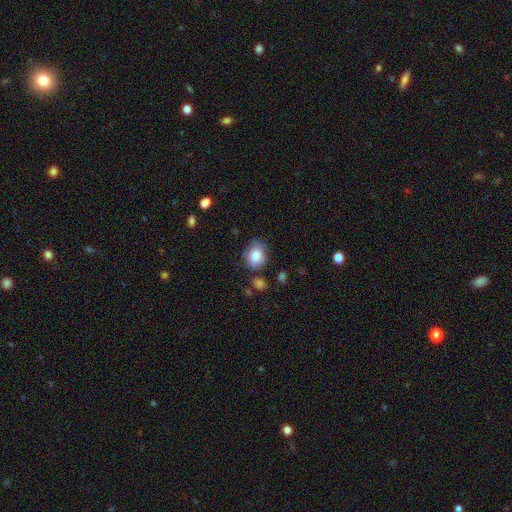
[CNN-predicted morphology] A smooth galaxy with no disk features (83%) that is in between round and cigar-shaped (53%).

Vote fractions:
- Smooth or featured? smooth: 83% / featured or disk: 9% / star or artifact: 8%
- How rounded? in between: 53% / round: 46% / cigar-shaped: 1%
- Merging? none: 68% / minor disturbance: 22% / major disturbance: 6% / merger: 4%